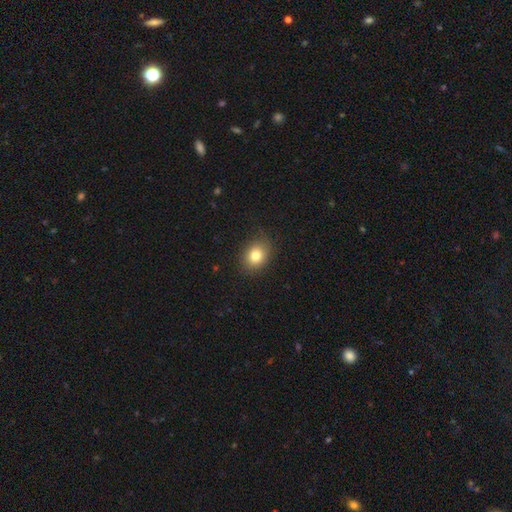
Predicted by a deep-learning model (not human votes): This is clearly a smooth galaxy (81%). How rounded: possibly in between (57%). Merging: clearly none (82%).